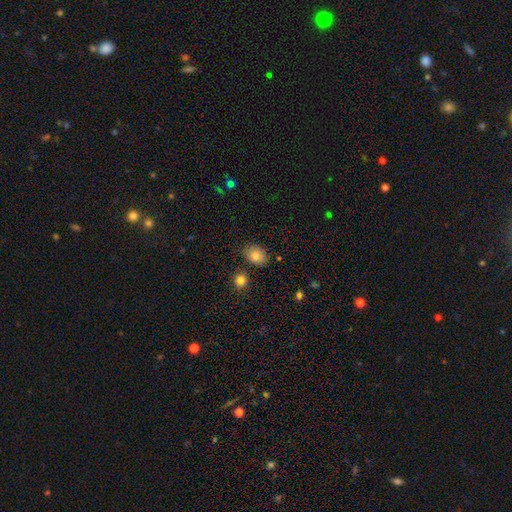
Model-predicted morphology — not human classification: smooth_or_featured: smooth (p=0.81) [alt: star or artifact p=0.10]
how_rounded: in between (p=0.60) [alt: round p=0.39]
merging: none (p=0.80) [alt: minor disturbance p=0.13]